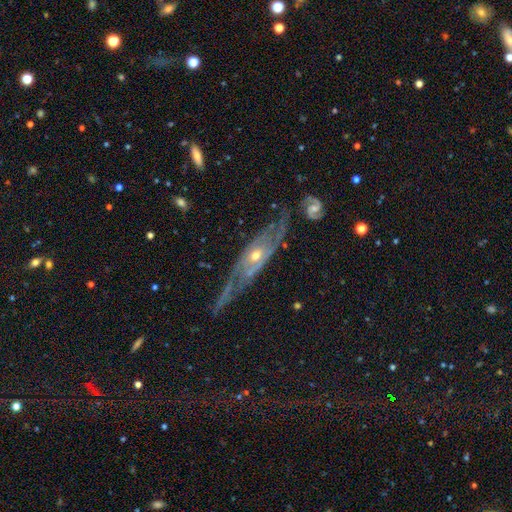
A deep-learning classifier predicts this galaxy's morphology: A featured or disk galaxy (82%). Merging: none (64%).